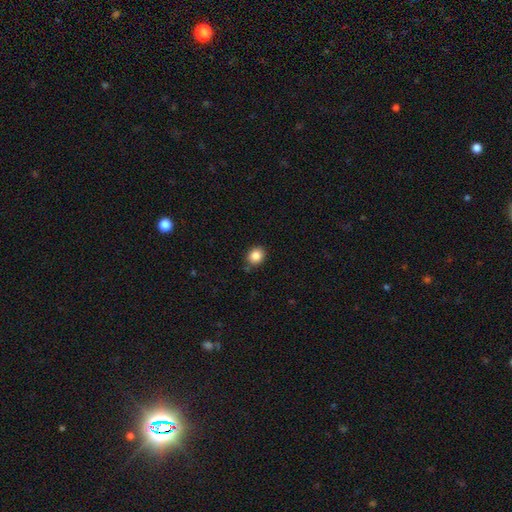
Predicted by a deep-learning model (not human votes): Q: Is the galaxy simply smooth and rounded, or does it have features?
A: smooth — 86%.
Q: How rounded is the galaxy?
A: round — 70%.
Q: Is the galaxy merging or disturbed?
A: none — 81%.